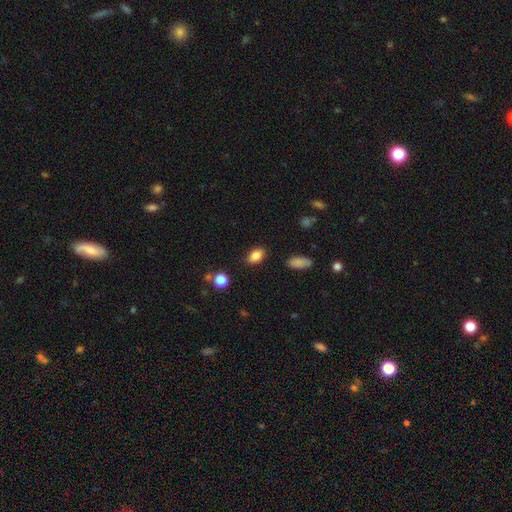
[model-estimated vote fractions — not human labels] Smooth or featured? smooth (85%)
How rounded? in between (85%)
Merging? none (85%)